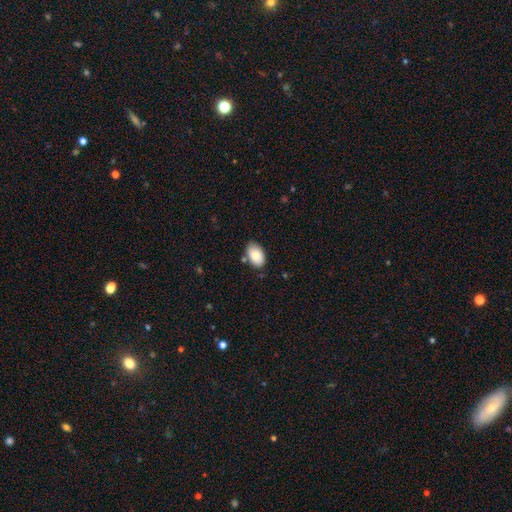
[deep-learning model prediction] Smooth or featured? Predicted: smooth (p=0.85). How rounded? Predicted: in between (p=0.92). Merging? Predicted: none (p=0.74).